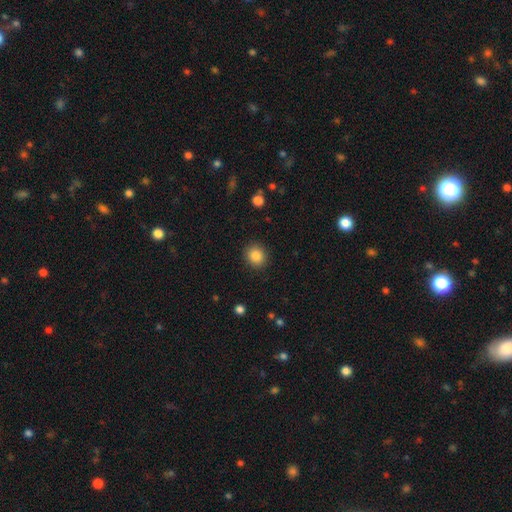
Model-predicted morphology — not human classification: A smooth galaxy with no disk features (86%) that is round (80%). Merging: none (90%).